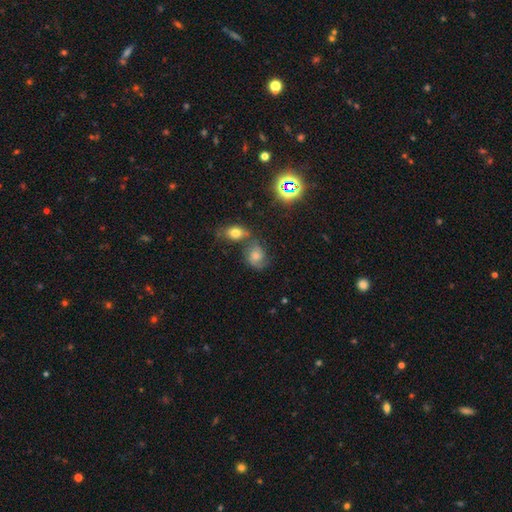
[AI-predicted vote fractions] Overall: featured or disk (55%; smooth 29%). Edge-on disk: no (97%). Bar: no (67%; weak 28%). Spiral arms: yes (90%). Bulge size: moderate (47%; small 24%). Merging: none (51%; merger 22%).